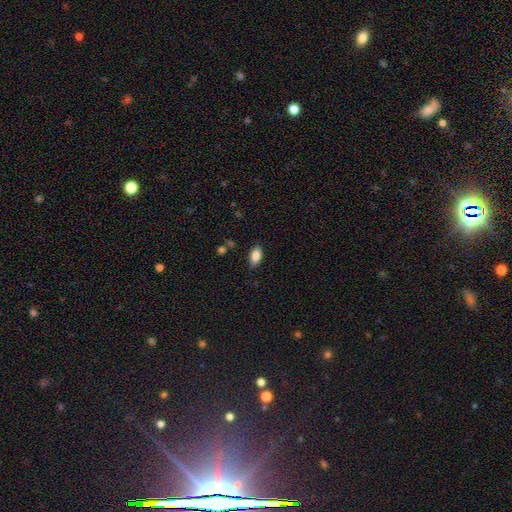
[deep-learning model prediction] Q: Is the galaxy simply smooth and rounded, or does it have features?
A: smooth — 83%.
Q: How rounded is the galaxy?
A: in between — 91%.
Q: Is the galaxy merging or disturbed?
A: none — 85%.